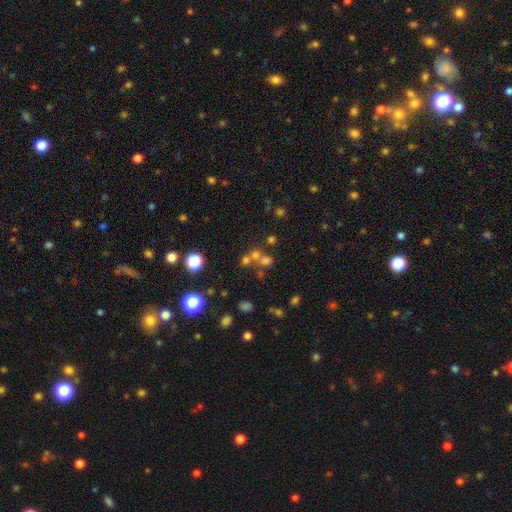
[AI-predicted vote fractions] Q: Smooth or featured?
A: smooth (54%); runner-up: star or artifact (31%)
Q: How rounded?
A: round (84%); runner-up: in between (15%)
Q: Merging?
A: none (49%); runner-up: merger (40%)